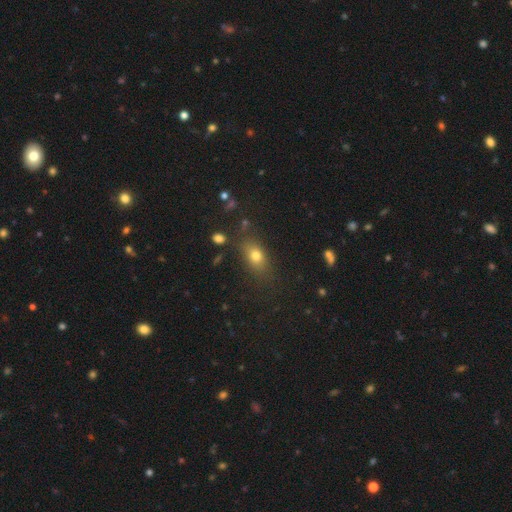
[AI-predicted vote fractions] Smooth or featured? smooth (74%)
How rounded? in between (71%)
Merging? none (77%)